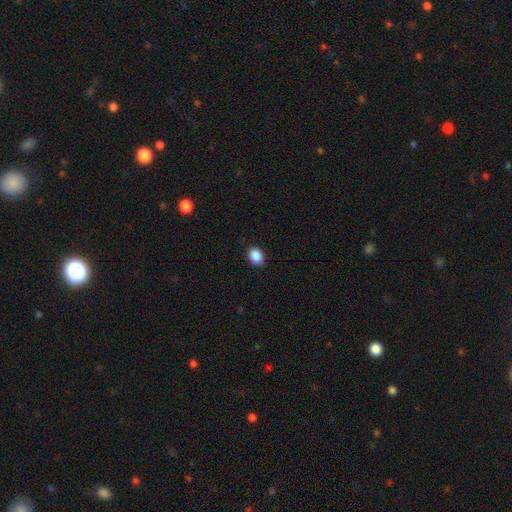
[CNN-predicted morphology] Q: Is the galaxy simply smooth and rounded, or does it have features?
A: smooth — 89%.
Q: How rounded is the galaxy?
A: in between — 60%.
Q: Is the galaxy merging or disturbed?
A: none — 87%.